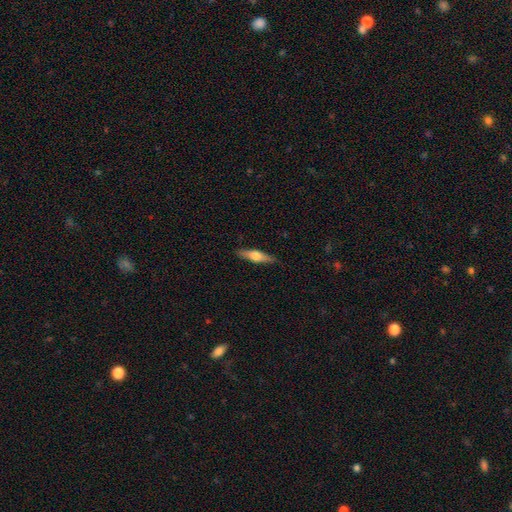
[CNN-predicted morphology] featured or disk 50%, smooth 44%, star or artifact 6%. Down the decision tree: merging — none (88%).